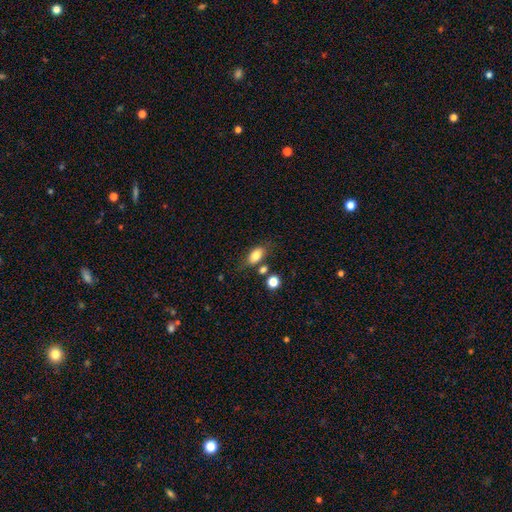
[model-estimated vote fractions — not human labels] The model was most divided on "merging": none: 69%, minor disturbance: 15%, merger: 11%, major disturbance: 5%. More confident: how rounded — in between (86%); smooth or featured — smooth (80%).